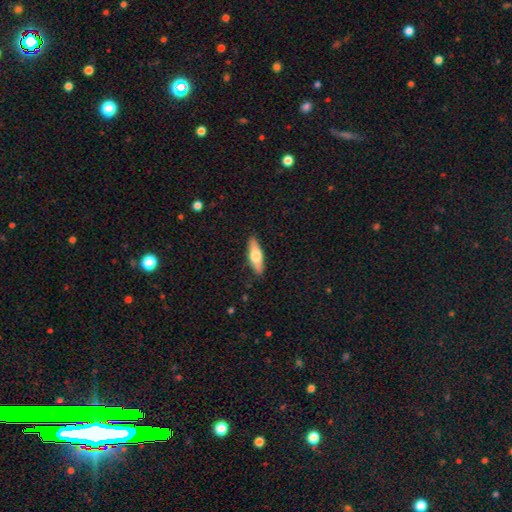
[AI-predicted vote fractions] Smooth or featured: smooth — 57% (featured or disk — 37%)
How rounded: cigar-shaped — 52% (in between — 46%)
Merging: none — 89% (minor disturbance — 9%)